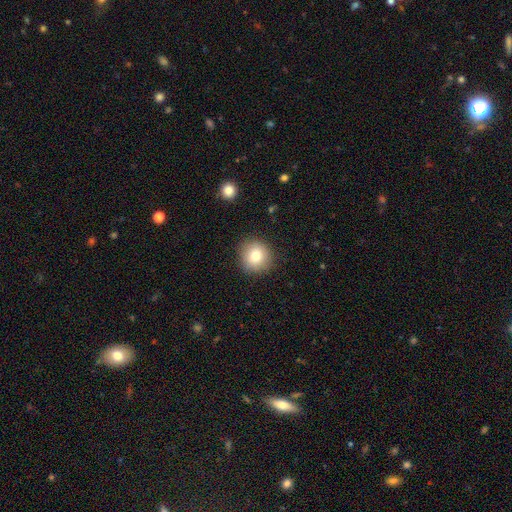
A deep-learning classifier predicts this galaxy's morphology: Smooth or featured: smooth — 79% (featured or disk — 11%)
How rounded: round — 91% (in between — 8%)
Merging: none — 89% (minor disturbance — 8%)